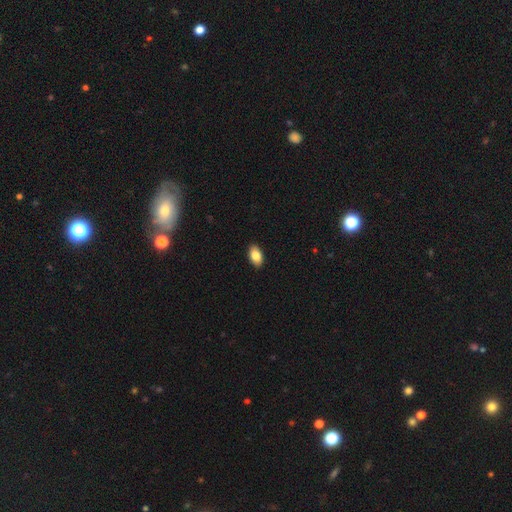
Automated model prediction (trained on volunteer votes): Q: Smooth or featured?
A: smooth (84%); runner-up: featured or disk (8%)
Q: How rounded?
A: in between (93%); runner-up: round (5%)
Q: Merging?
A: none (91%); runner-up: minor disturbance (7%)